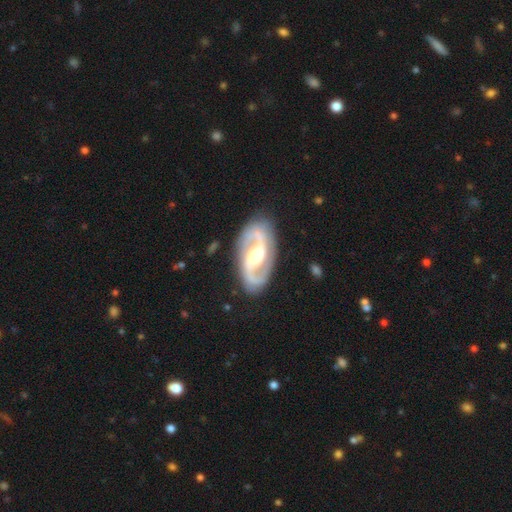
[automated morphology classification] Smooth or featured? featured or disk (91%)
Edge-on disk? no (97%)
Bar? weak (44%)
Spiral arms? yes (97%)
Spiral winding? medium (58%)
Spiral arm count? 2 (94%)
Bulge size? moderate (61%)
Merging? none (85%)